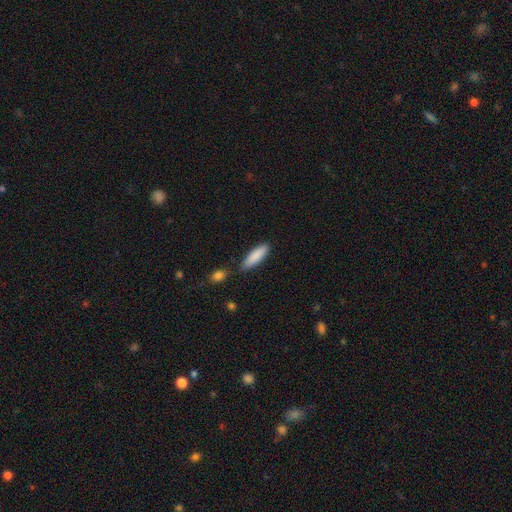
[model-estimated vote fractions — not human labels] Smooth or featured: smooth — 87% (featured or disk — 7%)
How rounded: cigar-shaped — 57% (in between — 41%)
Merging: none — 77% (minor disturbance — 14%)